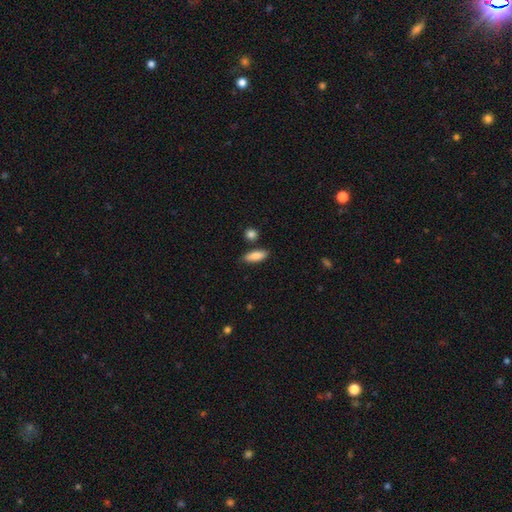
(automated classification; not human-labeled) smooth 85%, featured or disk 9%, star or artifact 6%. Down the decision tree: how rounded — in between (67%); merging — none (80%).